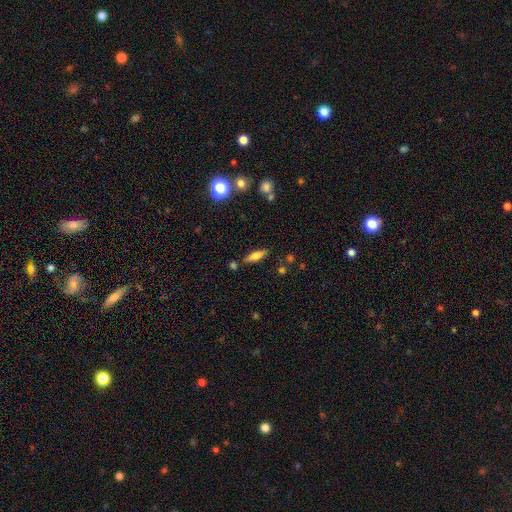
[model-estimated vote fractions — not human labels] Overall: smooth (63%; featured or disk 29%). How rounded: in between (51%; cigar-shaped 46%). Merging: none (79%).